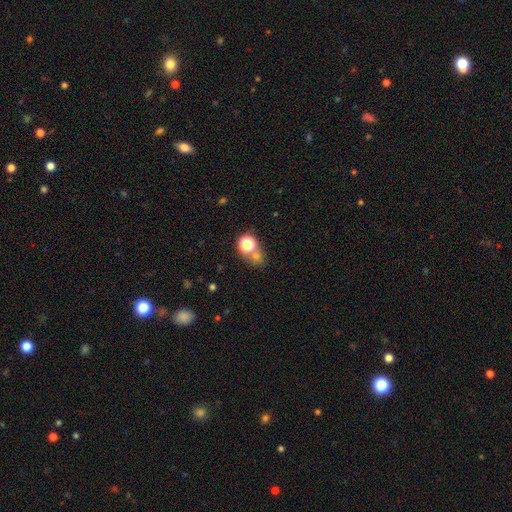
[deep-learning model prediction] A smooth galaxy with no disk features (66%) that is round (79%).

Vote fractions:
- Smooth or featured? smooth: 66% / star or artifact: 26% / featured or disk: 9%
- How rounded? round: 79% / in between: 20% / cigar-shaped: 1%
- Merging? none: 54% / merger: 31% / minor disturbance: 9% / major disturbance: 6%